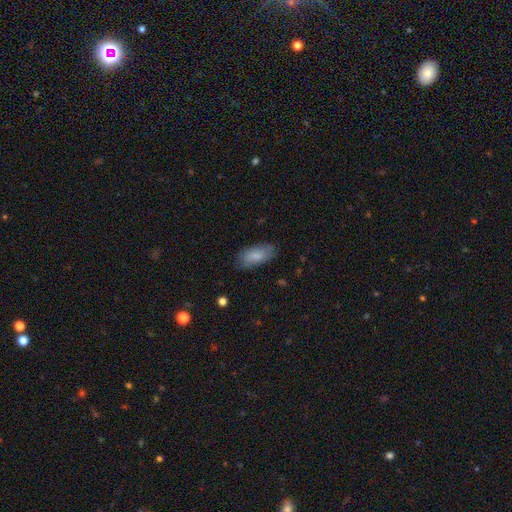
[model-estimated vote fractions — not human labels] smooth 81%, featured or disk 13%, star or artifact 6%. Down the decision tree: how rounded — in between (90%); merging — none (80%).